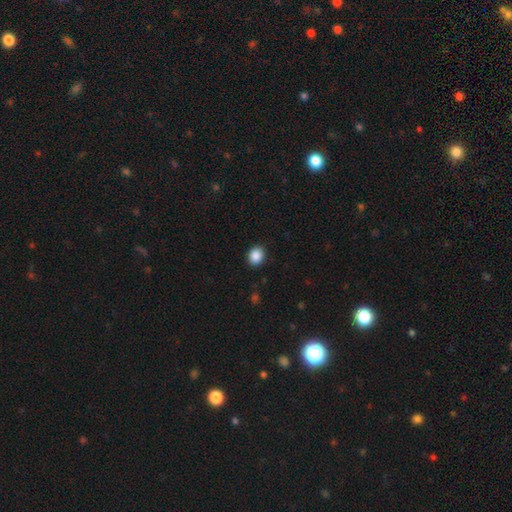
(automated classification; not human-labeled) smooth_or_featured: smooth (p=0.88) [alt: star or artifact p=0.09]
how_rounded: round (p=0.60) [alt: in between p=0.39]
merging: none (p=0.90) [alt: minor disturbance p=0.07]